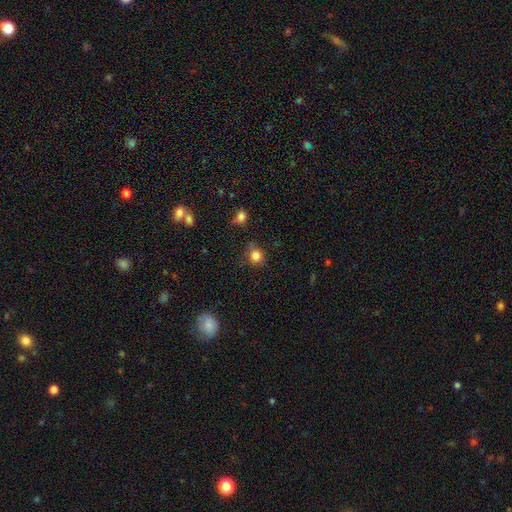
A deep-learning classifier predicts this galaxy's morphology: This appears to be a smooth galaxy with no disk features (82%) that is round (83%). Merging: none (72%).